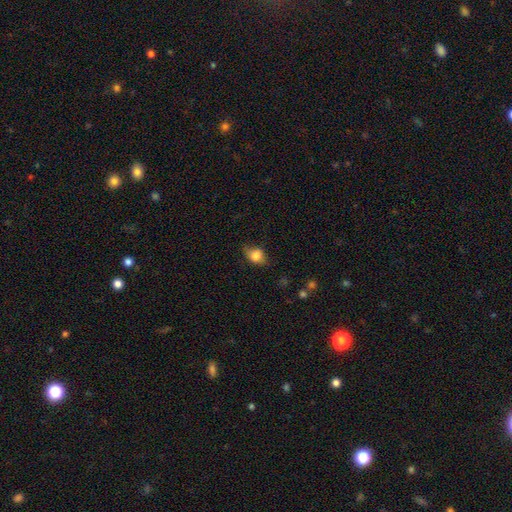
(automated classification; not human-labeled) A smooth galaxy with no disk features (79%) that is in between round and cigar-shaped (64%). Merging: none (64%).